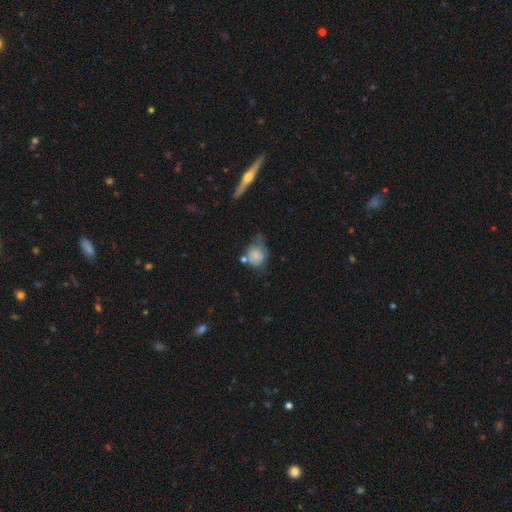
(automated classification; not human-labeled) smooth_or_featured: smooth (p=0.66) [alt: featured or disk p=0.24]
how_rounded: round (p=0.53) [alt: in between p=0.45]
merging: minor disturbance (p=0.33) [alt: none p=0.31]